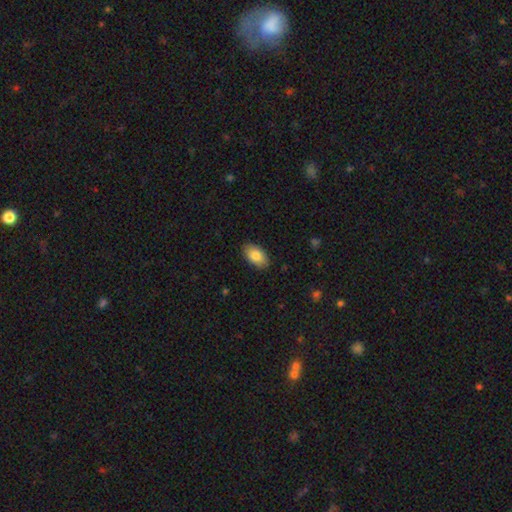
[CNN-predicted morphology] type=smooth (84%); roundness=in between (93%); merging=none (88%).